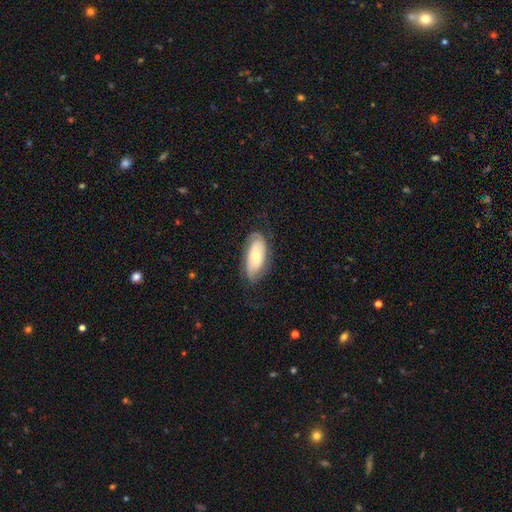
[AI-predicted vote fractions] Overall: featured or disk (53%; smooth 41%). Edge-on disk: no (87%). Merging: none (69%).